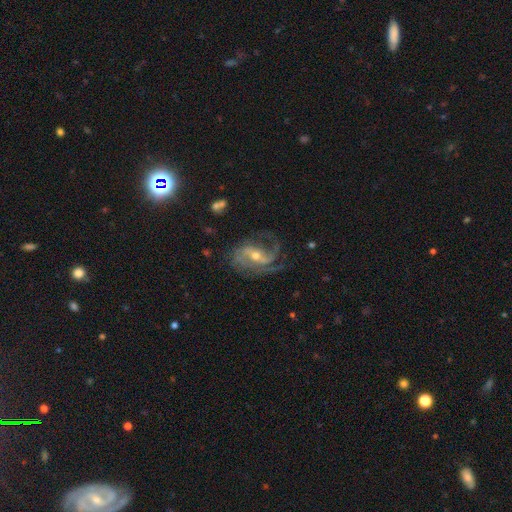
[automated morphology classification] Q: Smooth or featured?
A: featured or disk (88%); runner-up: star or artifact (7%)
Q: Edge-on disk?
A: no (97%); runner-up: yes (3%)
Q: Bar?
A: weak (42%); runner-up: no (30%)
Q: Spiral arms?
A: yes (97%); runner-up: no (3%)
Q: Spiral winding?
A: medium (48%); runner-up: loose (26%)
Q: Spiral arm count?
A: 2 (42%); runner-up: 3 (25%)
Q: Bulge size?
A: moderate (48%); tied with: small (48%)
Q: Merging?
A: none (60%); runner-up: minor disturbance (20%)